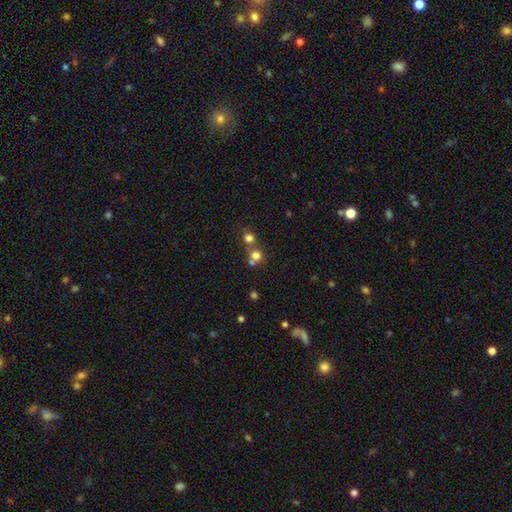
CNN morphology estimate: Q: Smooth or featured?
A: smooth (72%); runner-up: star or artifact (18%)
Q: How rounded?
A: round (87%); runner-up: in between (12%)
Q: Merging?
A: none (48%); runner-up: merger (43%)